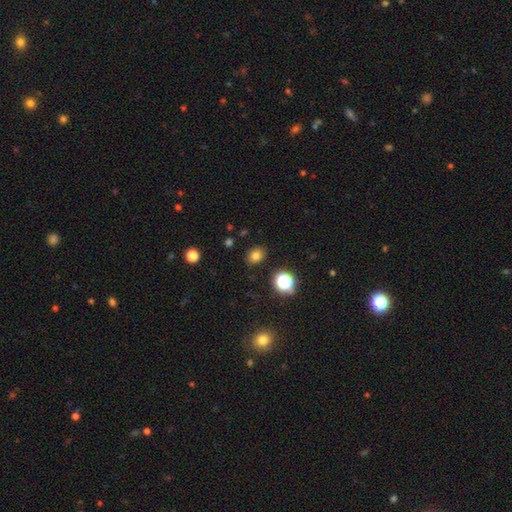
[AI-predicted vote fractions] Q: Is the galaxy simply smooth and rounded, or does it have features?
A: smooth — 77%.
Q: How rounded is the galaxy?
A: round — 51%.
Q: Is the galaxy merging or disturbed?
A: none — 87%.